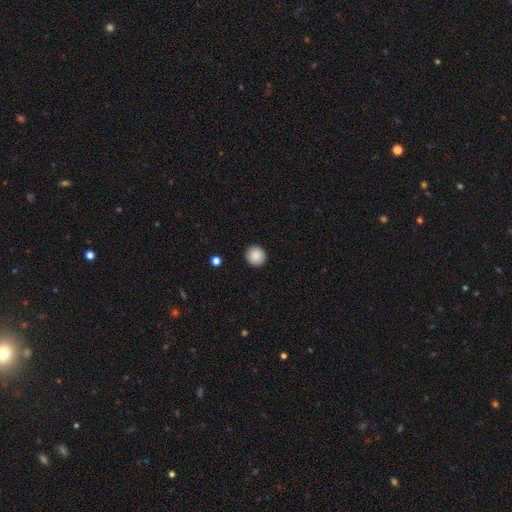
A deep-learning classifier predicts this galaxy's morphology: This is clearly a smooth galaxy (89%). How rounded: clearly round (93%). Merging: clearly none (92%).